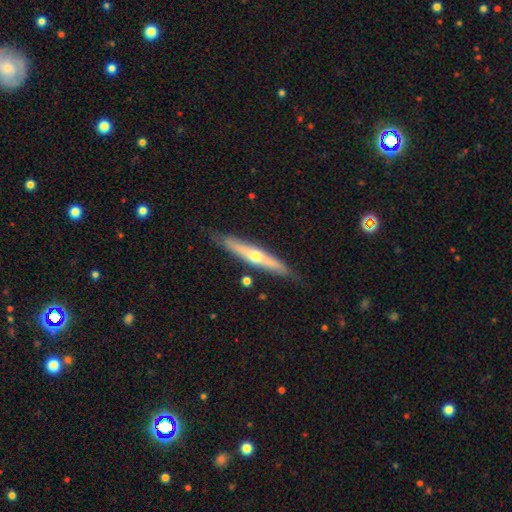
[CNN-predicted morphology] Q: Smooth or featured?
A: featured or disk (65%); runner-up: smooth (29%)
Q: Edge-on disk?
A: yes (90%); runner-up: no (10%)
Q: Edge-on bulge?
A: rounded (84%); runner-up: none (14%)
Q: Merging?
A: none (83%); runner-up: minor disturbance (13%)